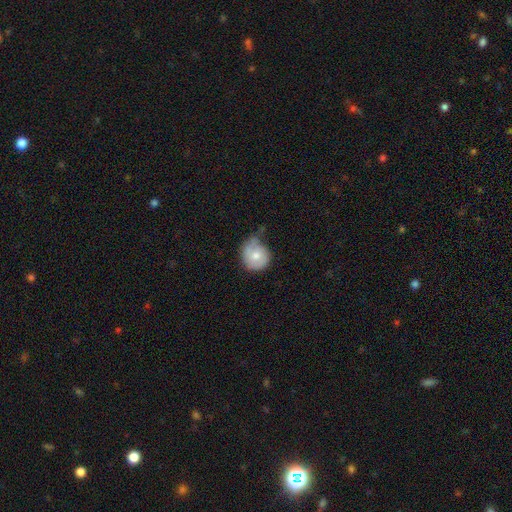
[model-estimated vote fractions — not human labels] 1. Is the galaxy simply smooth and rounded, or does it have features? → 49% smooth, 44% featured or disk, 6% star or artifact.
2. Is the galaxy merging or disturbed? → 39% none, 38% minor disturbance, 19% major disturbance, 4% merger.